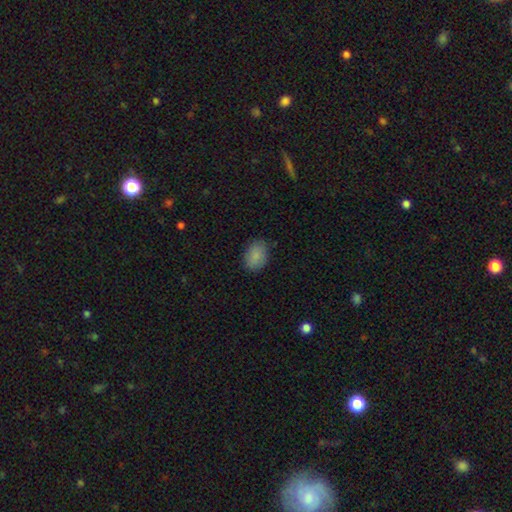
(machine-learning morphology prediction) type=smooth (87%); roundness=in between (74%); merging=none (82%).